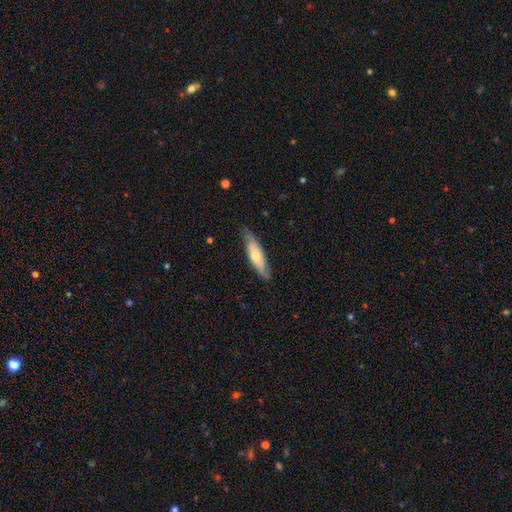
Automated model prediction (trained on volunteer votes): Smooth or featured? smooth (53%)
How rounded? cigar-shaped (69%)
Merging? none (80%)